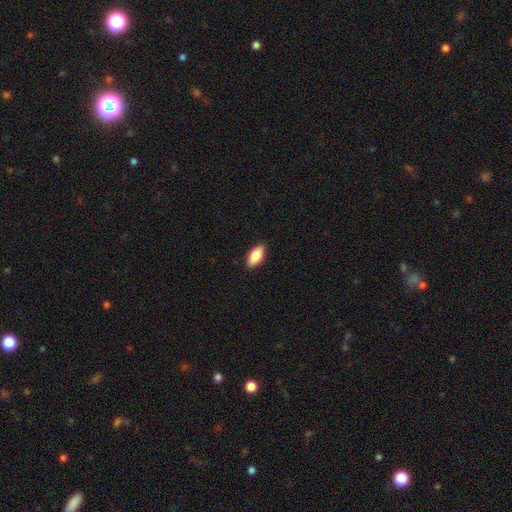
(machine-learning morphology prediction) smooth_or_featured: smooth (p=0.84) [alt: featured or disk p=0.10]
how_rounded: in between (p=0.89) [alt: cigar-shaped p=0.08]
merging: none (p=0.89) [alt: minor disturbance p=0.09]